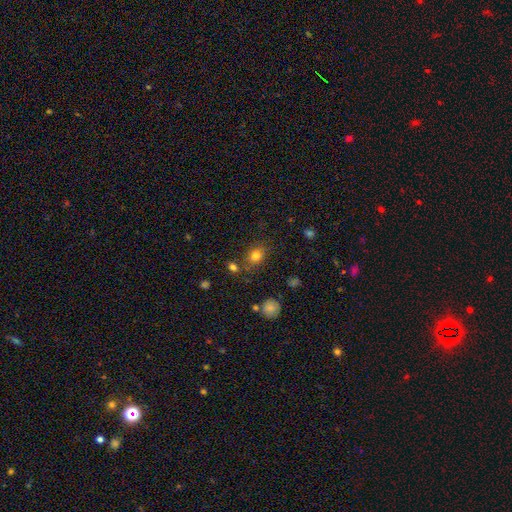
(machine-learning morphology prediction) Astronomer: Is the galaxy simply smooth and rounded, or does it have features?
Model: smooth — 78%.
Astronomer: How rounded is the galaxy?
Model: round — 51% (runner-up: in between, 47%).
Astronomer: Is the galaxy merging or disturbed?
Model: none — 71%.